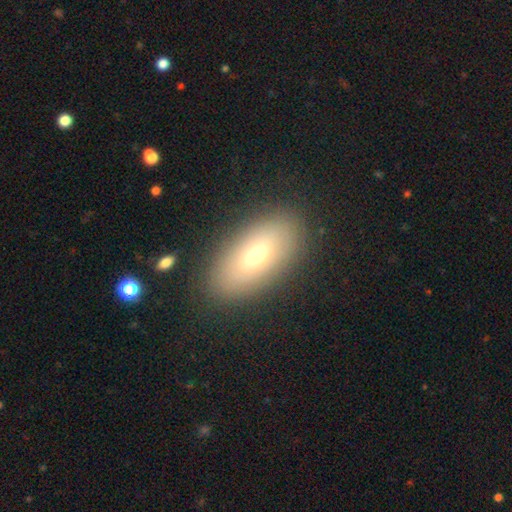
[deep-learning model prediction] Smooth or featured?
  - smooth: 62% *
  - featured or disk: 29%
  - star or artifact: 9%
How rounded?
  - in between: 88% *
  - cigar-shaped: 7%
  - round: 5%
Merging?
  - none: 86% *
  - minor disturbance: 9%
  - major disturbance: 3%
  - merger: 1%